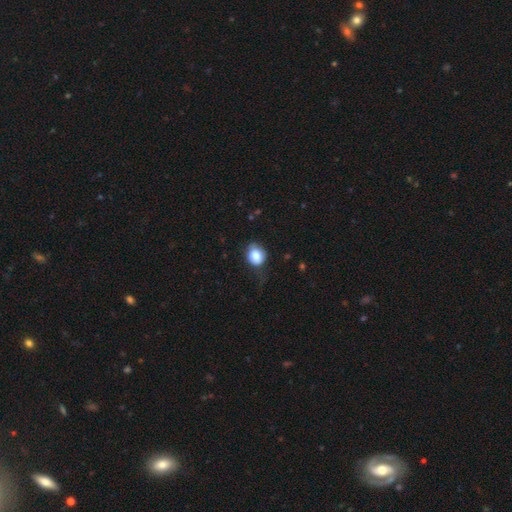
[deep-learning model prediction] Q: Smooth or featured?
A: smooth (78%); runner-up: featured or disk (12%)
Q: How rounded?
A: round (71%); runner-up: in between (28%)
Q: Merging?
A: none (62%); runner-up: minor disturbance (27%)